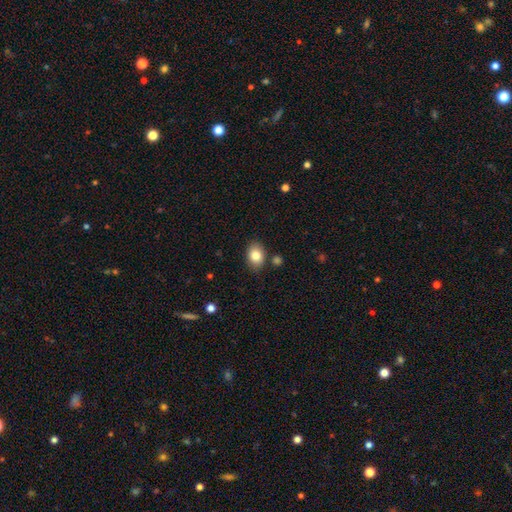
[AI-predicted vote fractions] smooth-or-featured: smooth: 83% | featured or disk: 9% | star or artifact: 8%
  how-rounded: in between: 73% | round: 26% | cigar-shaped: 1%
  merging: none: 82% | minor disturbance: 11% | merger: 4% | major disturbance: 3%